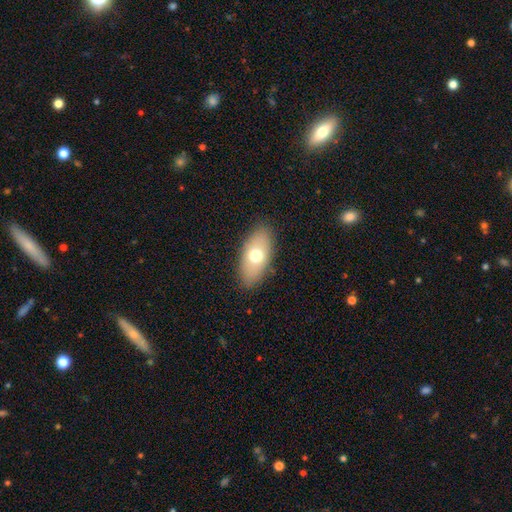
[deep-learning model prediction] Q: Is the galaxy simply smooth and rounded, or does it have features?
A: smooth — 66%.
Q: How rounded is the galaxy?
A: in between — 89%.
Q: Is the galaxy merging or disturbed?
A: none — 85%.